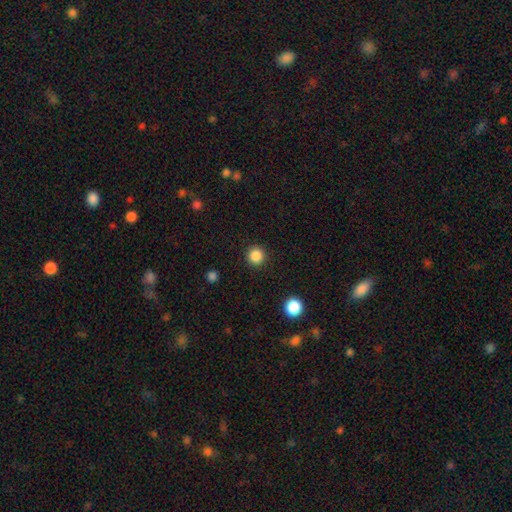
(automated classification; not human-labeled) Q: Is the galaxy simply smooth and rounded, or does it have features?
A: smooth — 86%.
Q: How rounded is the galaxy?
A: round — 95%.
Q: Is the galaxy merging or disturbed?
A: none — 92%.